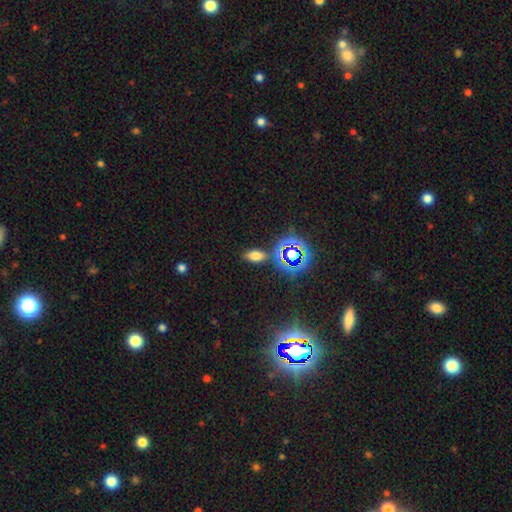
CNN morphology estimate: Smooth or featured? Predicted: smooth (p=0.63). How rounded? Predicted: in between (p=0.84). Merging? Predicted: none (p=0.81).